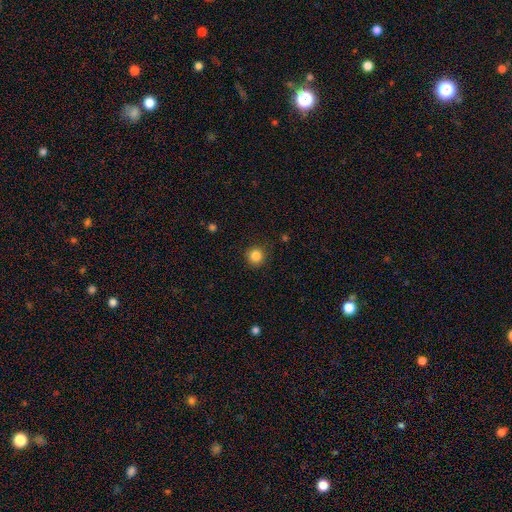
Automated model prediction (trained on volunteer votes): Smooth or featured? smooth (85%)
How rounded? round (94%)
Merging? none (89%)